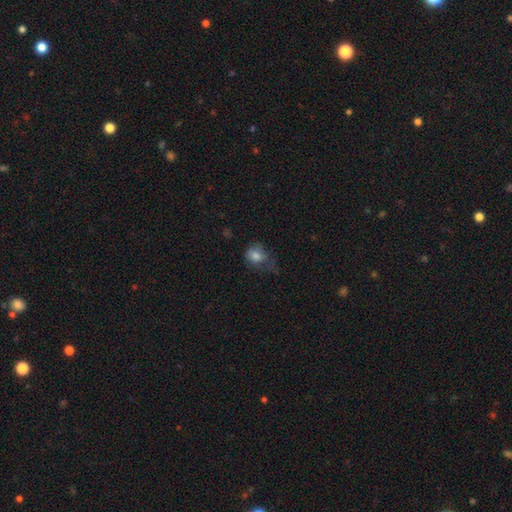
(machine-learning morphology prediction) Smooth or featured?
  - smooth: 76% *
  - featured or disk: 13%
  - star or artifact: 11%
How rounded?
  - in between: 51% *
  - round: 48%
  - cigar-shaped: 1%
Merging?
  - none: 34% *
  - minor disturbance: 33%
  - major disturbance: 30%
  - merger: 3%